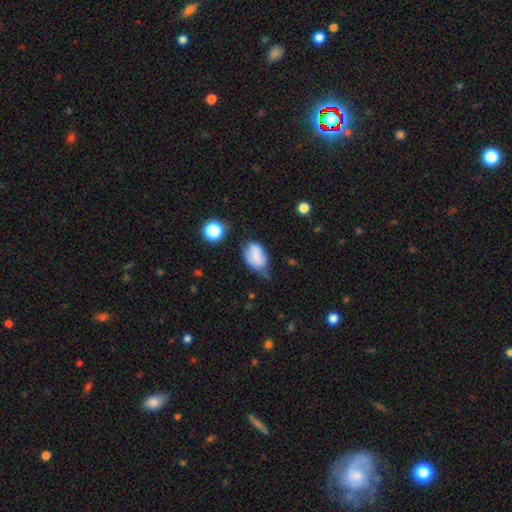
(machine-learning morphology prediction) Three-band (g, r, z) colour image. It shows a smooth galaxy with no disk features (75%) that is in between round and cigar-shaped (84%). Merging: minor disturbance (45%).